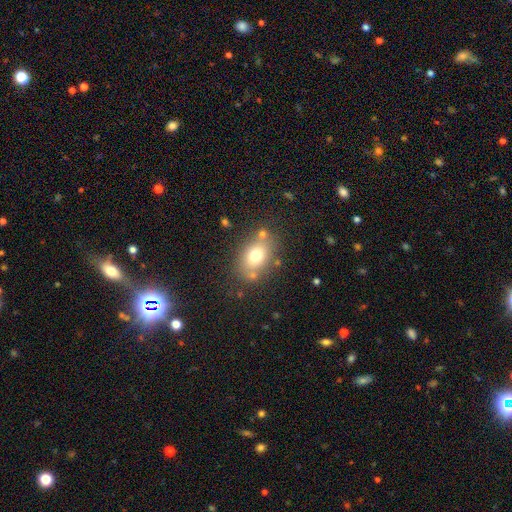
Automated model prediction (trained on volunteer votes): Smooth or featured? Predicted: smooth (p=0.72). How rounded? Predicted: in between (p=0.73). Merging? Predicted: none (p=0.71).